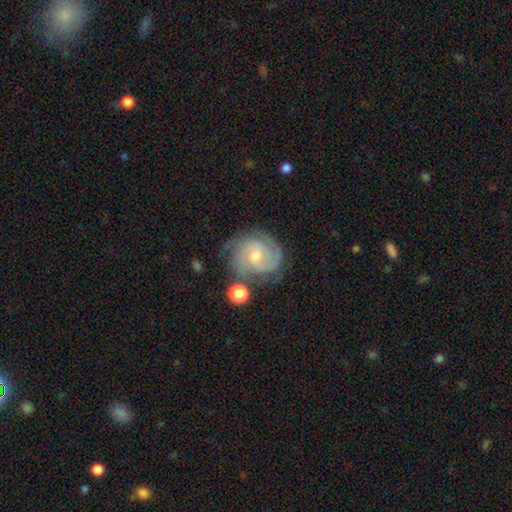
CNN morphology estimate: A featured or disk galaxy (80%) with no bar (58%), 2 (32%) tight (62%) spiral arms (95%) and a moderate central bulge (52%). Merging: none (69%).